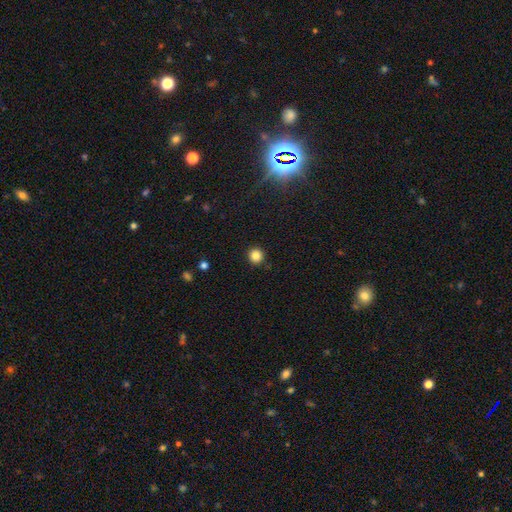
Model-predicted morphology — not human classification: The model was most divided on "smooth or featured": smooth: 85%, star or artifact: 11%, featured or disk: 4%. More confident: how rounded — round (94%); merging — none (92%).